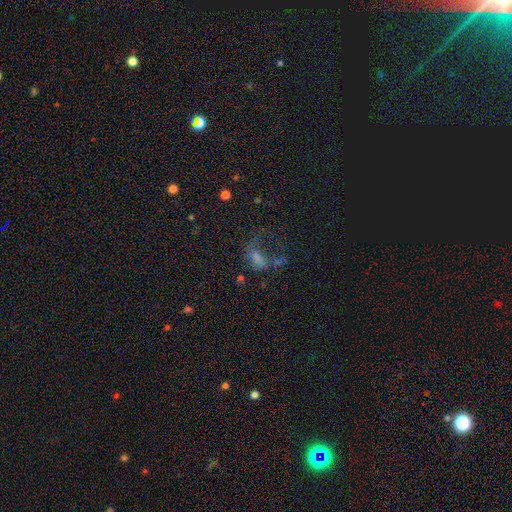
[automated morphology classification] A smooth galaxy with no disk features (46%).

Vote fractions:
- Smooth or featured? smooth: 46% / featured or disk: 30% / star or artifact: 24%
- Merging? major disturbance: 50% / none: 22% / minor disturbance: 14% / merger: 14%